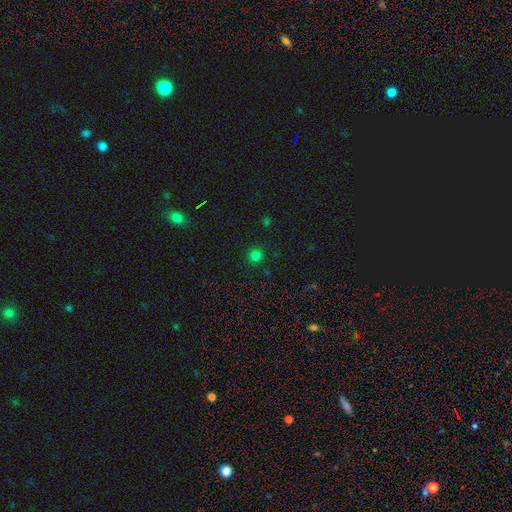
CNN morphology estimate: This appears to be a smooth galaxy with no disk features (78%) that is round (94%). Merging: none (90%).